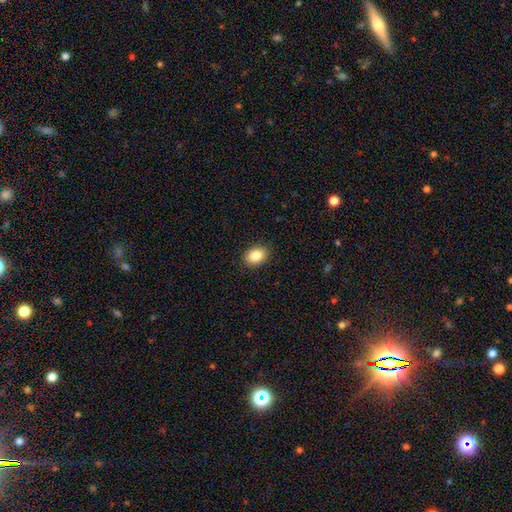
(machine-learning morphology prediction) Smooth or featured? Predicted: smooth (p=0.86). How rounded? Predicted: in between (p=0.74). Merging? Predicted: none (p=0.90).